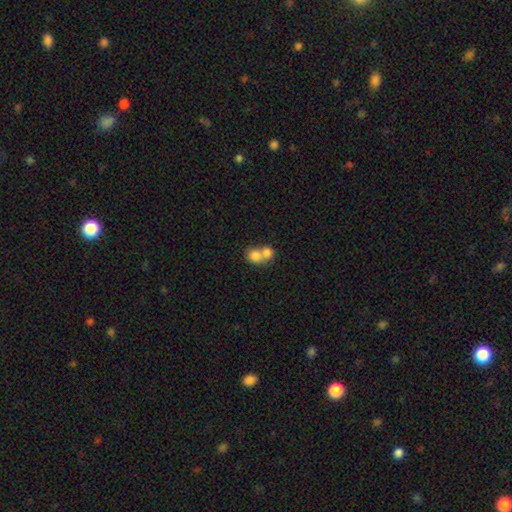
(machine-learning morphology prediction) This is likely a smooth galaxy (78%). How rounded: likely round (71%). Merging: likely merger (69%).